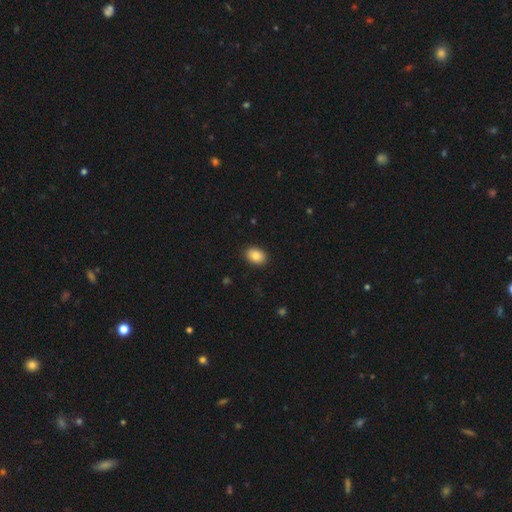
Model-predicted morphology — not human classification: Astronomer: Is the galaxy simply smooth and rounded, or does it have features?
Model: smooth — 86%.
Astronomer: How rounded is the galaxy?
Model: in between — 75%.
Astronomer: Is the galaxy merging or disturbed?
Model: none — 90%.